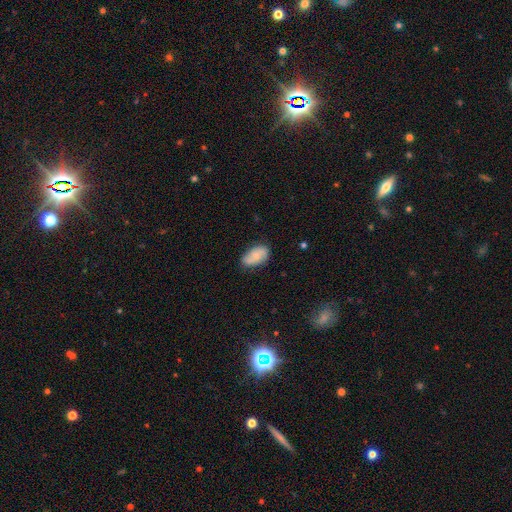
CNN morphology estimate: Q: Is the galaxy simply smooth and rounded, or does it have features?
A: smooth — 58%.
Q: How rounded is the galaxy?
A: in between — 92%.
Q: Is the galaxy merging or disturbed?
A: none — 72%.